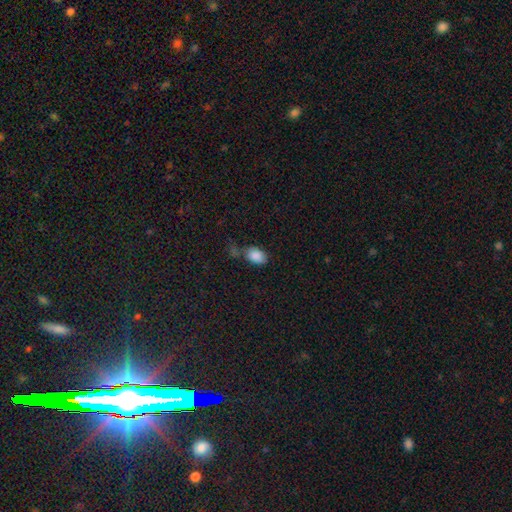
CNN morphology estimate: A smooth galaxy with no disk features (86%) that is in between round and cigar-shaped (85%). Merging: none (50%).